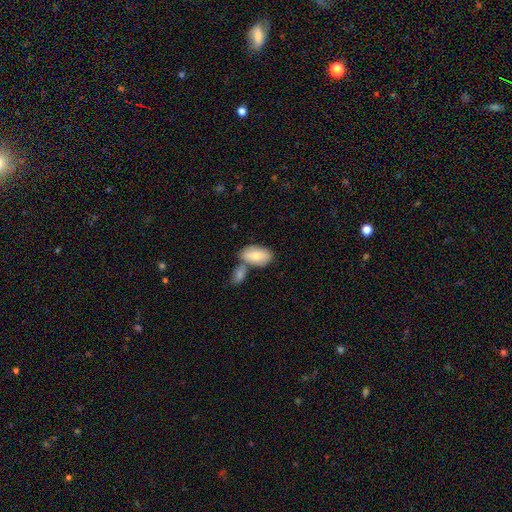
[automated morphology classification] smooth-or-featured: smooth: 76% | featured or disk: 18% | star or artifact: 6%
  how-rounded: in between: 93% | round: 4% | cigar-shaped: 3%
  merging: none: 46% | merger: 38% | minor disturbance: 12% | major disturbance: 4%